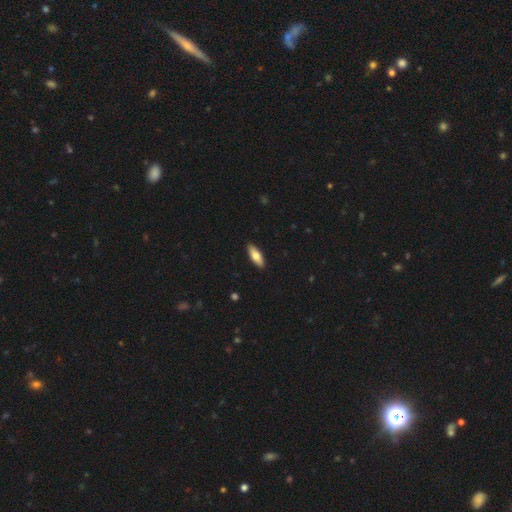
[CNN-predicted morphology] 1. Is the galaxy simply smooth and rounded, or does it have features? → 73% smooth, 22% featured or disk, 5% star or artifact.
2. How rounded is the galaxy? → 62% in between, 36% cigar-shaped, 2% round.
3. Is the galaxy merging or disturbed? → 91% none, 7% minor disturbance, 1% major disturbance, 1% merger.